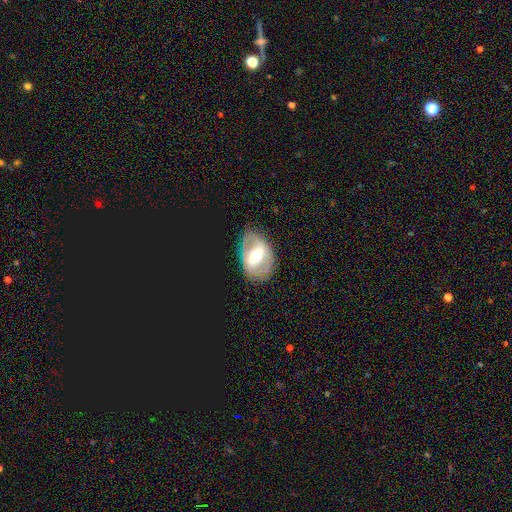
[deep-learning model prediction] This is likely a featured or disk galaxy (71%). It is clearly not viewed edge-on (90%). Bar: possibly strong (53%). Spiral arm pattern: possibly yes (51%). Central bulge: likely moderate (68%). Merging: likely none (76%).